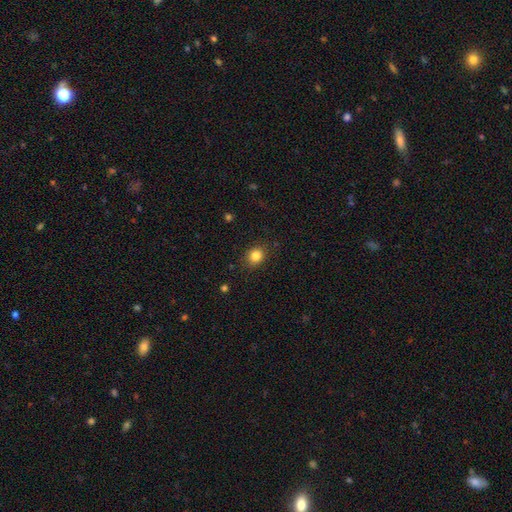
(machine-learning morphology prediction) smooth_or_featured: smooth (p=0.83) [alt: star or artifact p=0.11]
how_rounded: round (p=0.68) [alt: in between p=0.31]
merging: none (p=0.87) [alt: minor disturbance p=0.09]